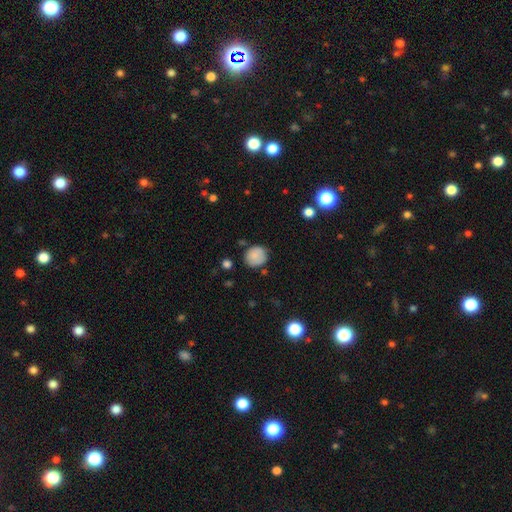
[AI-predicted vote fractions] Overall: smooth (83%). How rounded: round (80%). Merging: none (75%).